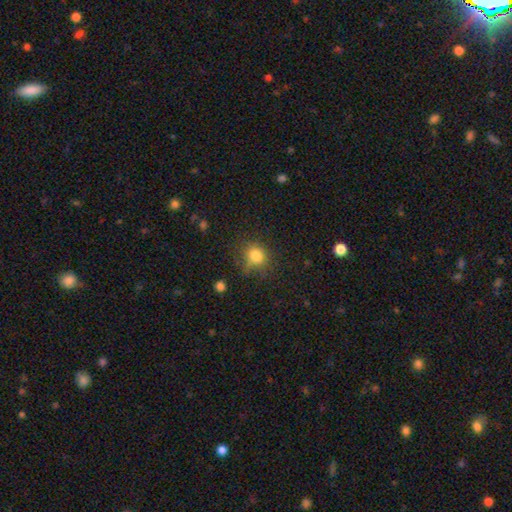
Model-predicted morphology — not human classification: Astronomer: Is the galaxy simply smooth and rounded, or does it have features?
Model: smooth — 80%.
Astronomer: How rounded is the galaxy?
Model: round — 81%.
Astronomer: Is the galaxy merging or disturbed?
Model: none — 73%.